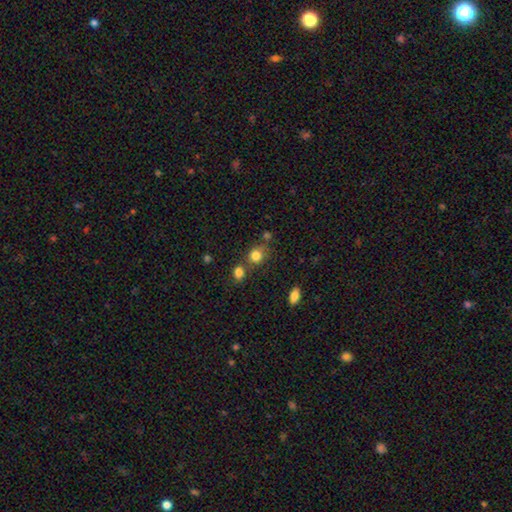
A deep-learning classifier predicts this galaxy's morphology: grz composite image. It shows a smooth galaxy with no disk features (82%) that is round (76%). Merging: none (61%).